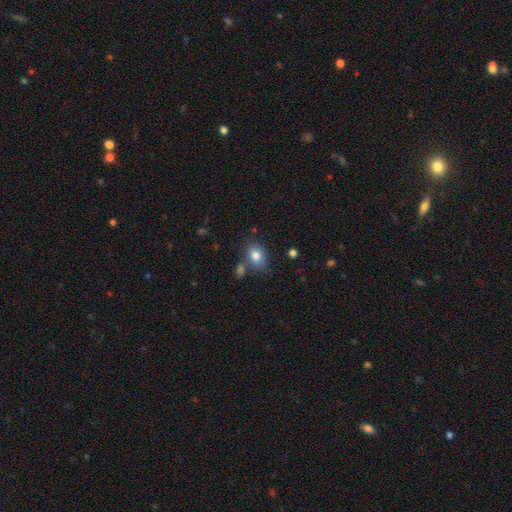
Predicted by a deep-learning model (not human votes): Smooth or featured: smooth — 81% (featured or disk — 10%)
How rounded: in between — 69% (round — 29%)
Merging: none — 68% (minor disturbance — 16%)